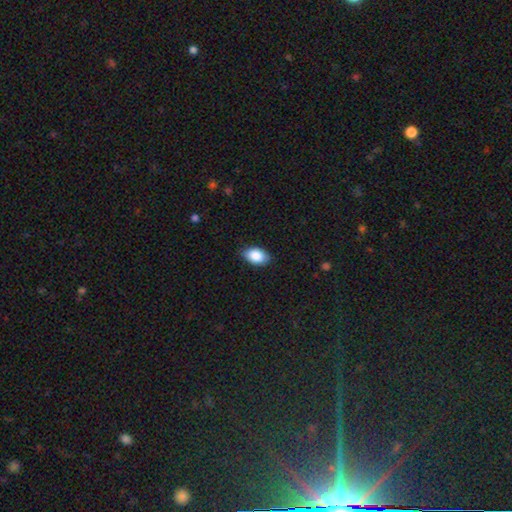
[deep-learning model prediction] The model was most divided on "merging": none: 84%, minor disturbance: 13%, major disturbance: 2%, merger: 1%. More confident: how rounded — in between (91%); smooth or featured — smooth (88%).